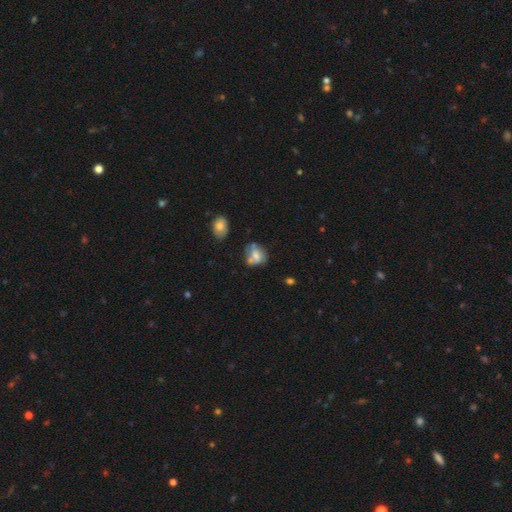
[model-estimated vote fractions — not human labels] The model was most divided on "how rounded": round: 52%, in between: 46%, cigar-shaped: 1%. Remaining: smooth or featured — smooth (55%); merging — none (44%).